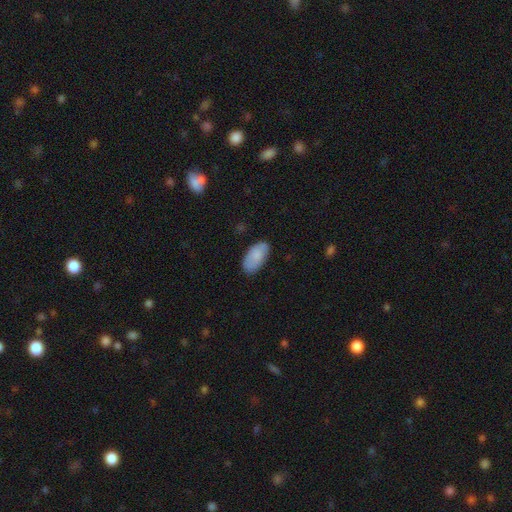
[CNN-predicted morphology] type=smooth (83%); roundness=in between (95%); merging=none (81%).